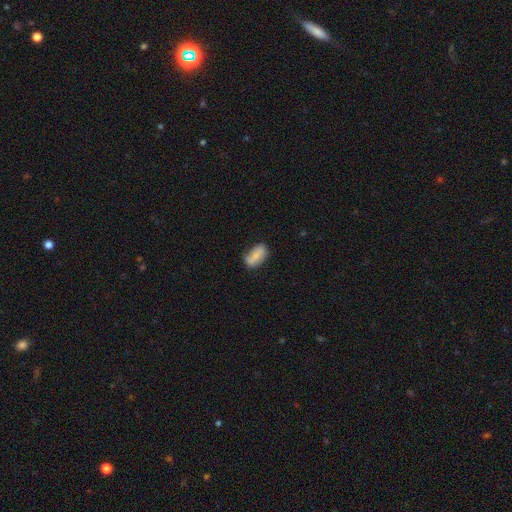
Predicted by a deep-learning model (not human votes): A smooth galaxy with no disk features (74%) that is in between round and cigar-shaped (91%). Merging: none (60%).